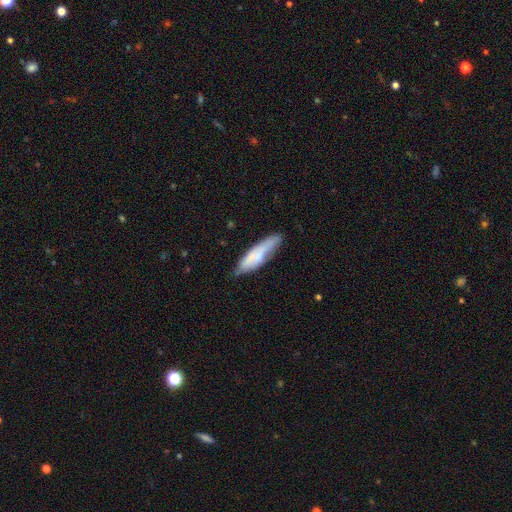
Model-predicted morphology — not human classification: type=smooth (68%); roundness=cigar-shaped (67%); merging=none (60%).